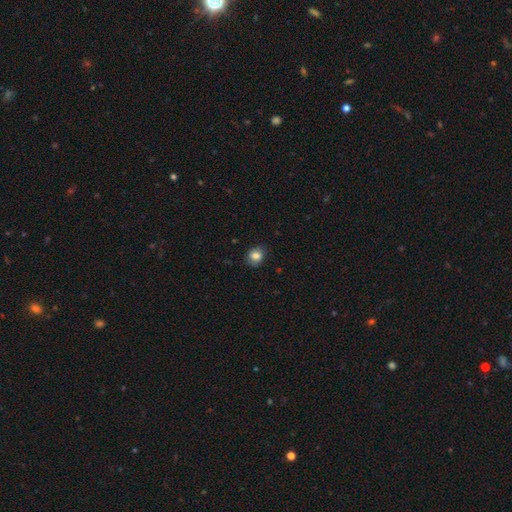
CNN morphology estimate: Q: Smooth or featured?
A: smooth (83%); runner-up: star or artifact (10%)
Q: How rounded?
A: round (54%); runner-up: in between (45%)
Q: Merging?
A: none (79%); runner-up: minor disturbance (17%)